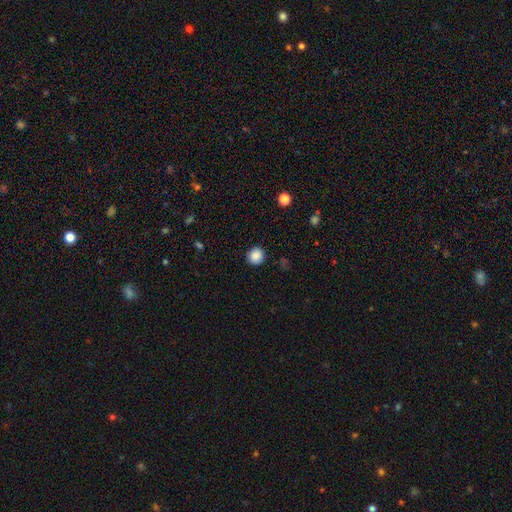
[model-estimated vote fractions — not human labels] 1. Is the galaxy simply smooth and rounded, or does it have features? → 86% smooth, 10% star or artifact, 4% featured or disk.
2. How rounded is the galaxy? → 90% round, 9% in between, 1% cigar-shaped.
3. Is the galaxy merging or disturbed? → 89% none, 8% minor disturbance, 2% major disturbance, 1% merger.